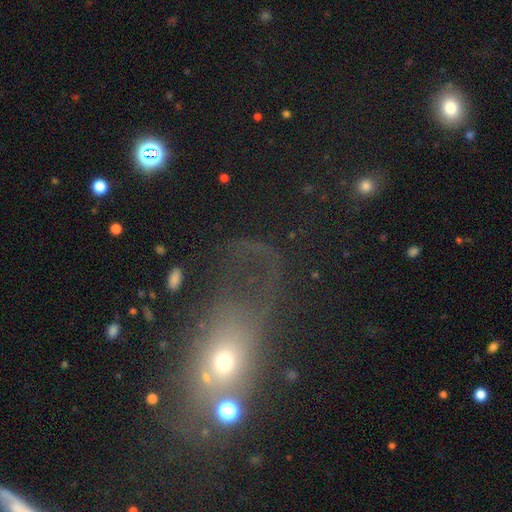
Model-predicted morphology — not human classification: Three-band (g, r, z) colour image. It shows a smooth galaxy with no disk features (39%). Merging: none (38%).